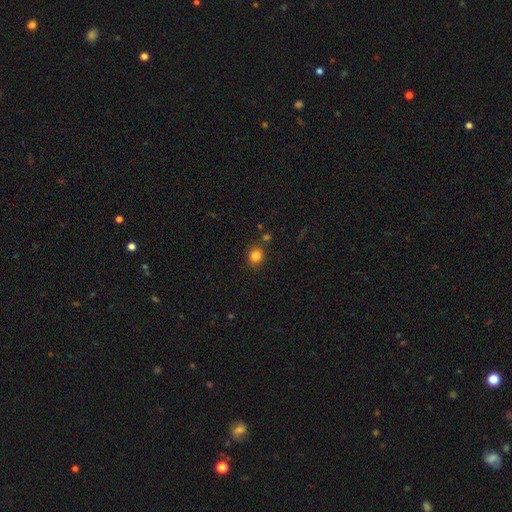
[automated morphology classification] Smooth or featured: smooth — 83% (star or artifact — 12%)
How rounded: round — 77% (in between — 22%)
Merging: none — 84% (minor disturbance — 9%)